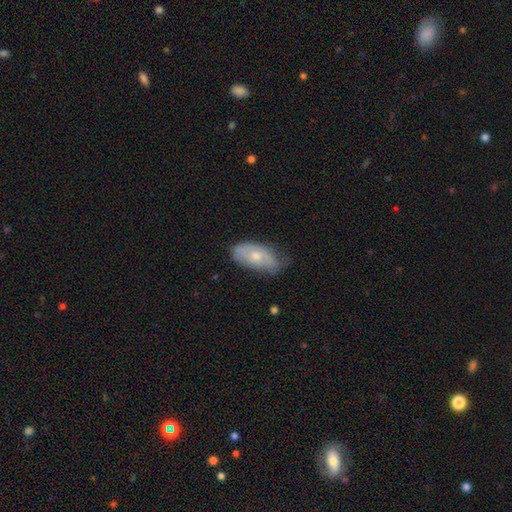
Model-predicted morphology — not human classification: Smooth or featured? Predicted: smooth (p=0.61). How rounded? Predicted: in between (p=0.91). Merging? Predicted: none (p=0.55).